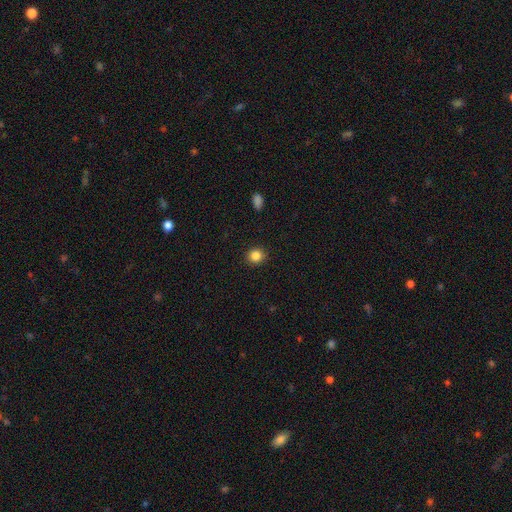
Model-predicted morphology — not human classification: Q: Smooth or featured?
A: smooth (85%); runner-up: star or artifact (11%)
Q: How rounded?
A: round (85%); runner-up: in between (14%)
Q: Merging?
A: none (91%); runner-up: minor disturbance (6%)